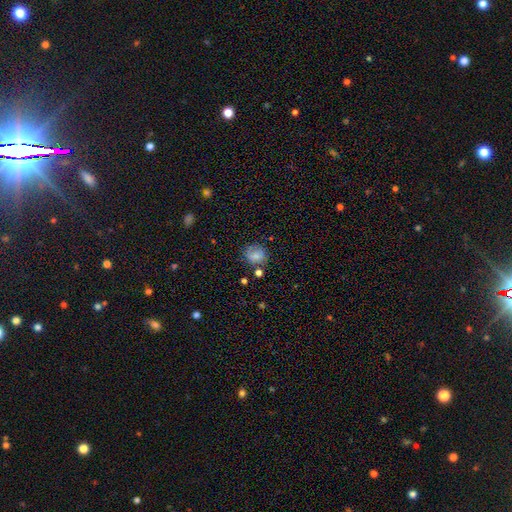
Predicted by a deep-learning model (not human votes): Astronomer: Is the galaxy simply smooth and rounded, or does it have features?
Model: smooth — 75%.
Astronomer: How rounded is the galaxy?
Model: round — 77%.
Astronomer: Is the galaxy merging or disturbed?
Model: none — 68%.